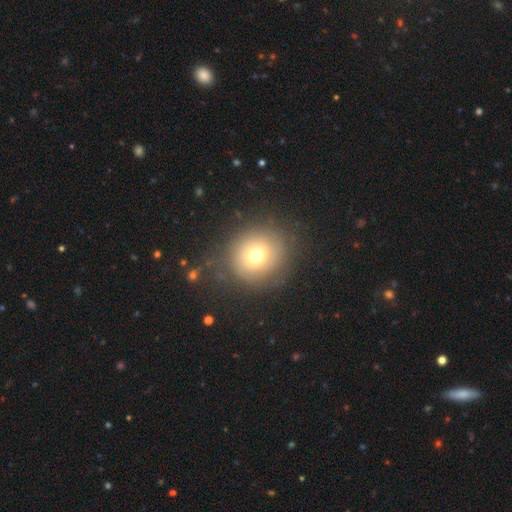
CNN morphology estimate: Smooth or featured?
  - smooth: 68% *
  - featured or disk: 18%
  - star or artifact: 14%
How rounded?
  - round: 87% *
  - in between: 12%
  - cigar-shaped: 1%
Merging?
  - none: 78% *
  - minor disturbance: 13%
  - major disturbance: 7%
  - merger: 2%